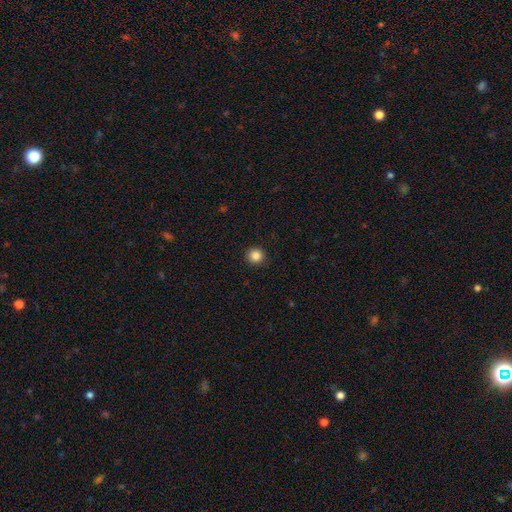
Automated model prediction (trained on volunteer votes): A smooth galaxy with no disk features (86%) that is round (94%).

Vote fractions:
- Smooth or featured? smooth: 86% / star or artifact: 11% / featured or disk: 4%
- How rounded? round: 94% / in between: 5% / cigar-shaped: 1%
- Merging? none: 92% / minor disturbance: 5% / major disturbance: 2% / merger: 1%